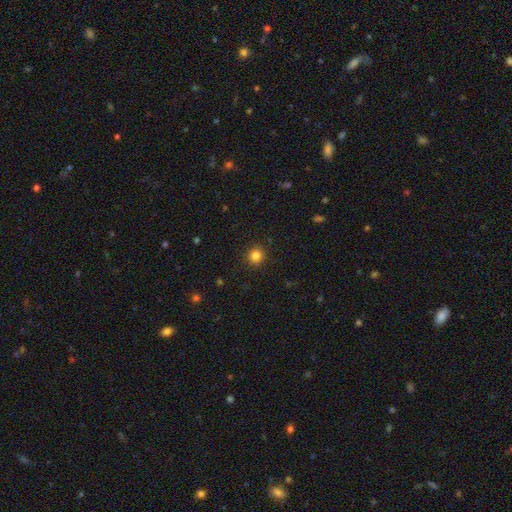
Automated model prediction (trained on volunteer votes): Smooth or featured?
  - smooth: 83% *
  - star or artifact: 12%
  - featured or disk: 5%
How rounded?
  - round: 90% *
  - in between: 9%
  - cigar-shaped: 1%
Merging?
  - none: 91% *
  - minor disturbance: 6%
  - major disturbance: 2%
  - merger: 1%